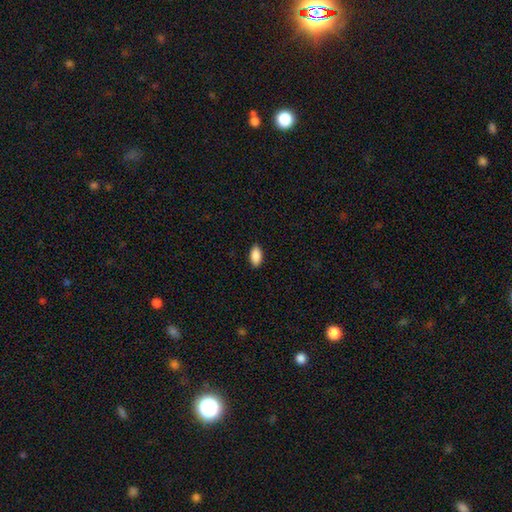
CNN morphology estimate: smooth-or-featured: smooth: 90% | star or artifact: 7% | featured or disk: 4%
  how-rounded: in between: 92% | cigar-shaped: 5% | round: 3%
  merging: none: 89% | minor disturbance: 8% | major disturbance: 2% | merger: 1%